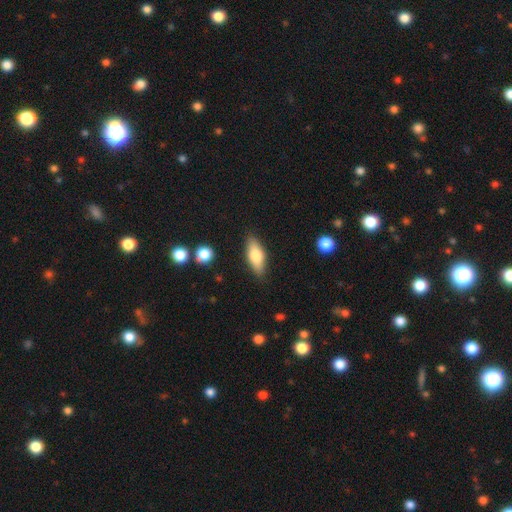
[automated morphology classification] type=smooth (73%); roundness=in between (75%); merging=none (85%).